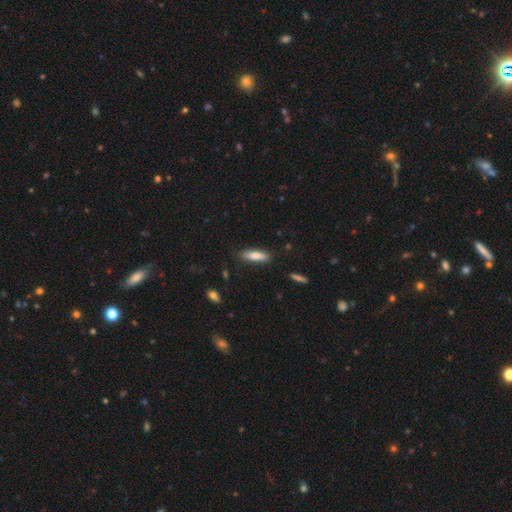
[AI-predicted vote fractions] Smooth or featured: smooth — 78% (featured or disk — 15%)
How rounded: cigar-shaped — 62% (in between — 36%)
Merging: none — 84% (minor disturbance — 12%)